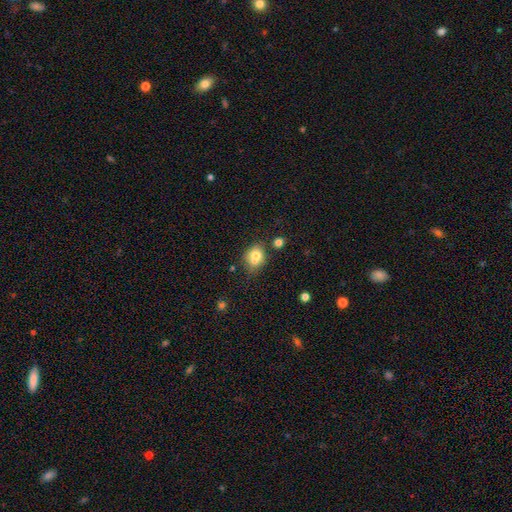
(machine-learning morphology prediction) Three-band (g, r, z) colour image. It shows a smooth galaxy with no disk features (74%) that is round (59%). Merging: none (52%).